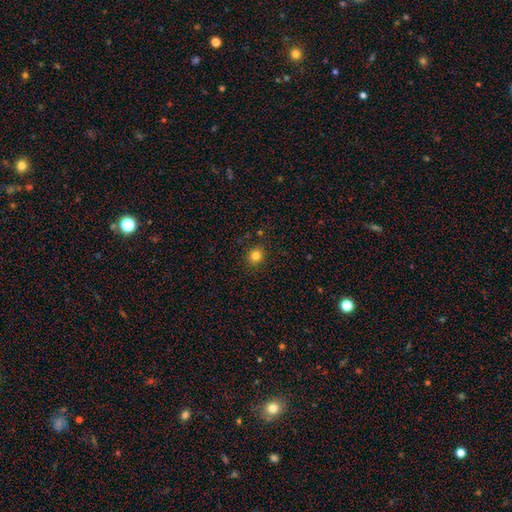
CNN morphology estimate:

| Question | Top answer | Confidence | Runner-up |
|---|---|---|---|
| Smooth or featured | smooth | 82% | star or artifact (13%) |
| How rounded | round | 80% | in between (19%) |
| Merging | none | 89% | minor disturbance (8%) |